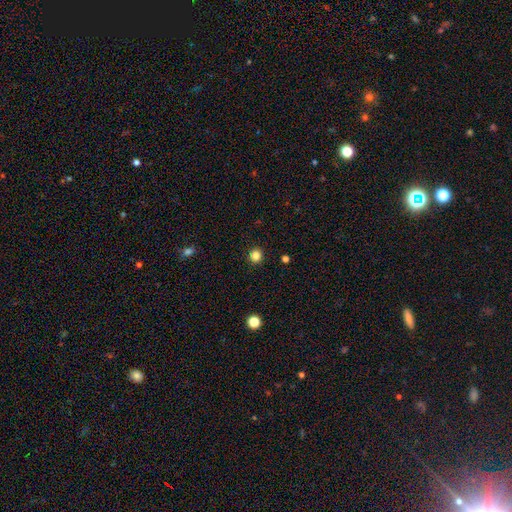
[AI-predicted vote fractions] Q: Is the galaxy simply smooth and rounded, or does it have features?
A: smooth — 84%.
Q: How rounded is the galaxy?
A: round — 92%.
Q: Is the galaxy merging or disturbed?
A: none — 92%.